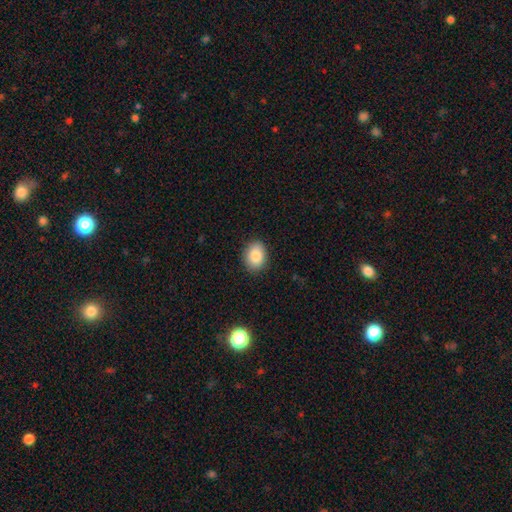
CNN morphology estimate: smooth-or-featured: smooth: 86% | star or artifact: 8% | featured or disk: 6%
  how-rounded: in between: 68% | round: 31% | cigar-shaped: 1%
  merging: none: 89% | minor disturbance: 8% | major disturbance: 2% | merger: 1%